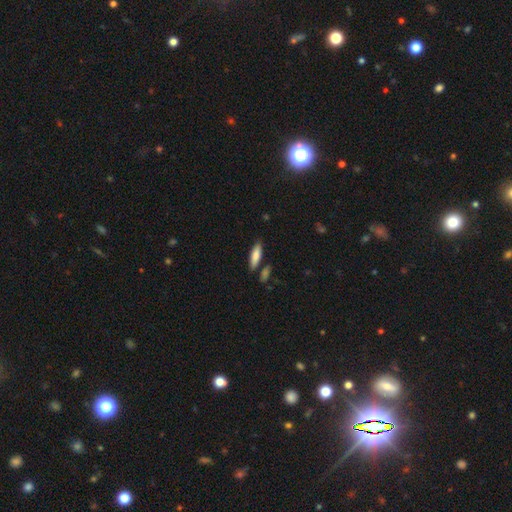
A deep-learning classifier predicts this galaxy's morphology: Overall: smooth (82%). How rounded: cigar-shaped (53%; in between 45%). Merging: none (79%).